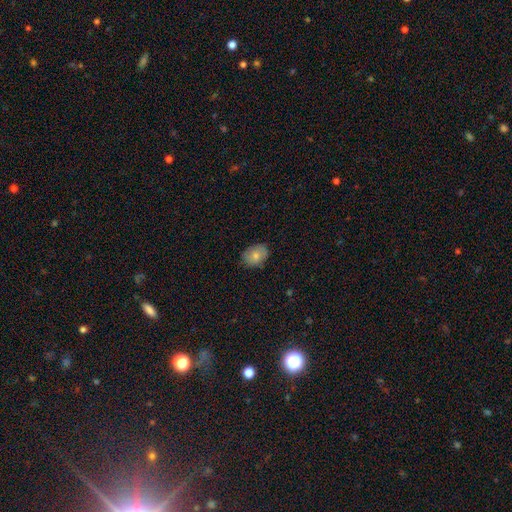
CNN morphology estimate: A smooth galaxy with no disk features (78%) that is in between round and cigar-shaped (71%). Merging: none (80%).